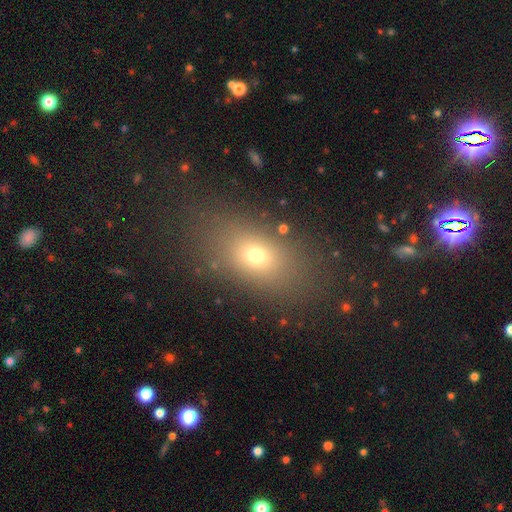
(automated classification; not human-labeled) Smooth or featured? Predicted: smooth (p=0.69). How rounded? Predicted: in between (p=0.74). Merging? Predicted: none (p=0.80).